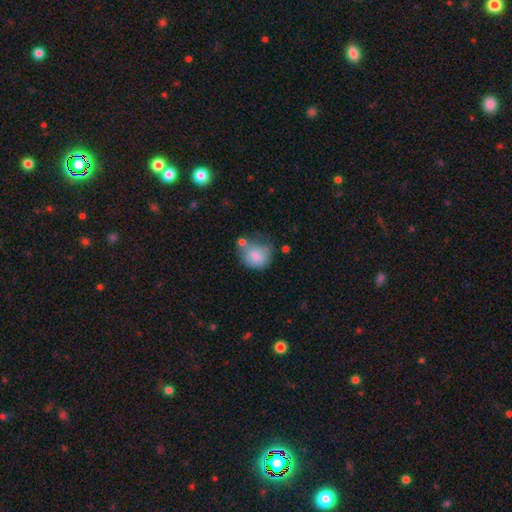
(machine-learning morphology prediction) This appears to be a smooth galaxy with no disk features (76%) that is round (72%). Merging: none (41%).